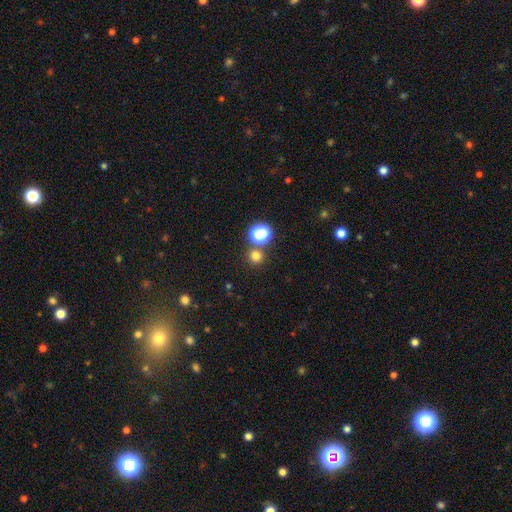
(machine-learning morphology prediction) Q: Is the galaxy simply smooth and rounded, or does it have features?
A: smooth — 73%.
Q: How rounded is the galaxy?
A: round — 92%.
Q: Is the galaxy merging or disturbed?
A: none — 78%.